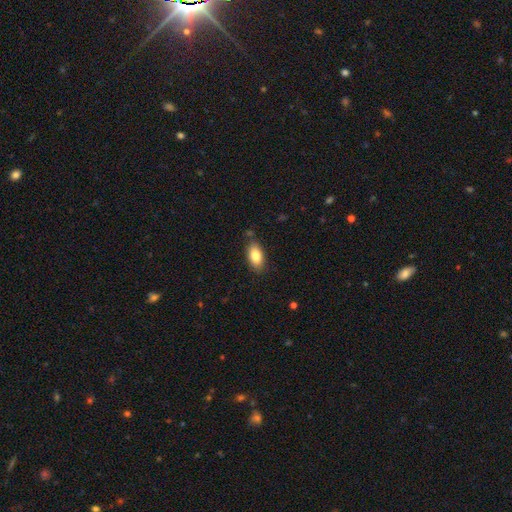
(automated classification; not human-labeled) Morphology: type=smooth (83%); roundness=in between (91%); merging=none (81%).